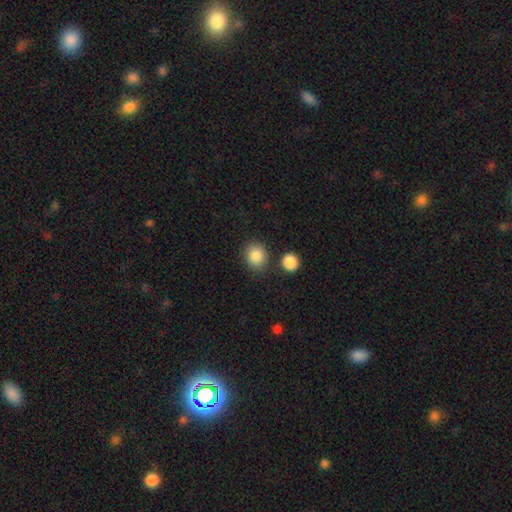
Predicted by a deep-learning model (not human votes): smooth 87%, star or artifact 8%, featured or disk 4%. Down the decision tree: how rounded — round (71%); merging — none (79%).